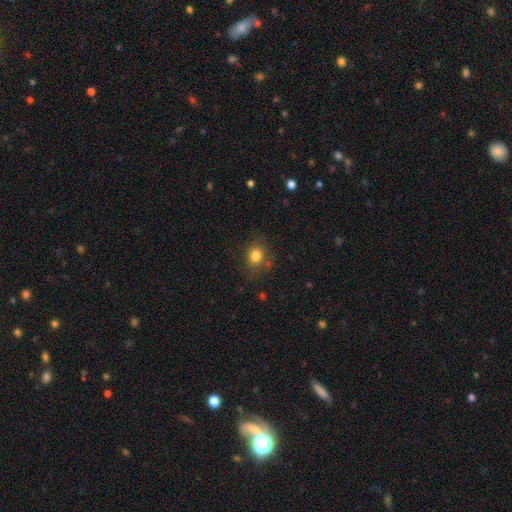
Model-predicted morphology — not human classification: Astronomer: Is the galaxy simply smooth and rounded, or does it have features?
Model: smooth — 81%.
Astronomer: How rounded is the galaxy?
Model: round — 58% (runner-up: in between, 41%).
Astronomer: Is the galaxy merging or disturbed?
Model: none — 75%.